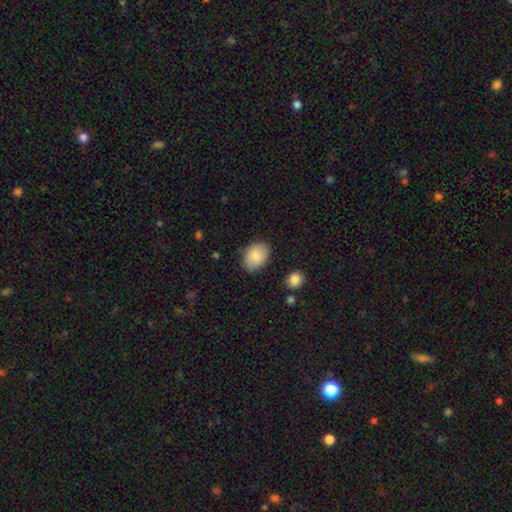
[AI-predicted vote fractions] Smooth or featured? smooth (85%)
How rounded? in between (75%)
Merging? none (81%)